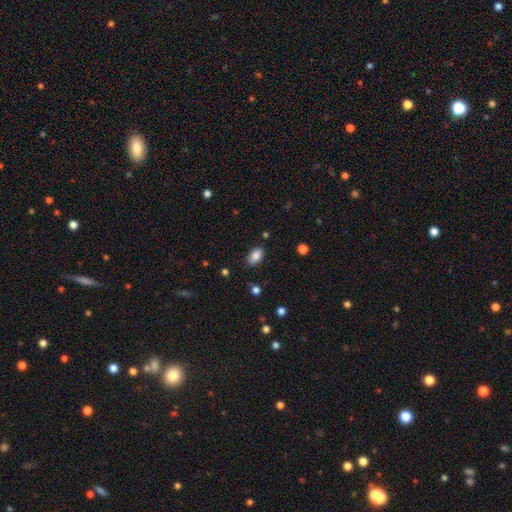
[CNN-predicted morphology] This is clearly a smooth galaxy (84%). How rounded: clearly in between (91%). Merging: clearly none (82%).